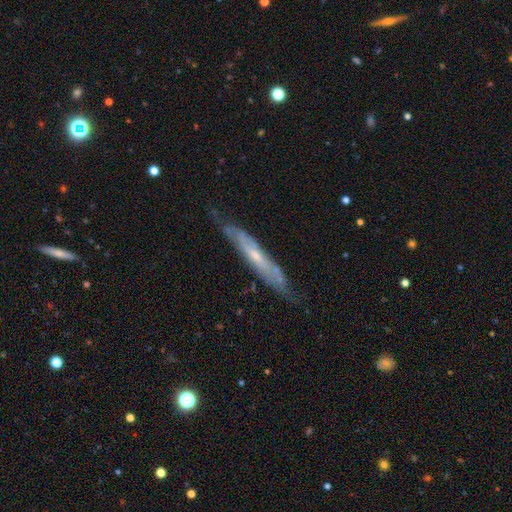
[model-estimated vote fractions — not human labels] Q: Smooth or featured?
A: featured or disk (70%); runner-up: smooth (24%)
Q: Edge-on disk?
A: yes (65%); runner-up: no (35%)
Q: Merging?
A: none (67%); runner-up: minor disturbance (25%)